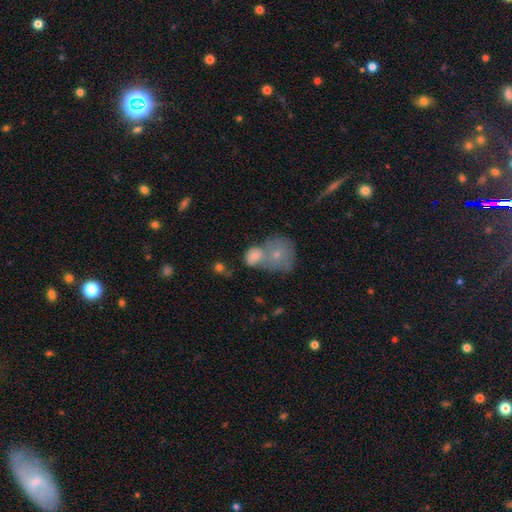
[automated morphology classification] This appears to be a smooth galaxy with no disk features (56%) that is round (61%). Merging: merger (49%).